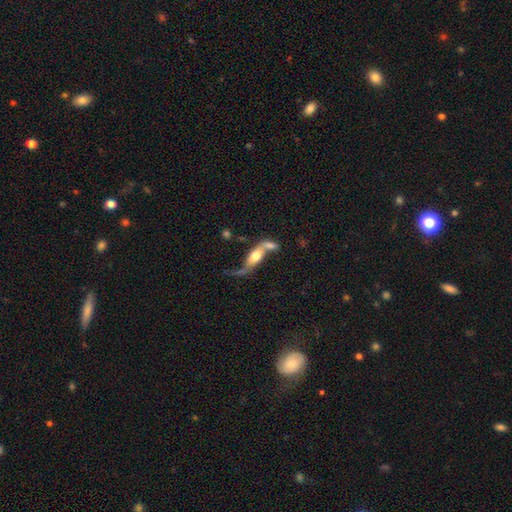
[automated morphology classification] This is possibly a featured or disk galaxy (59%). It is likely not viewed edge-on (72%). Merging: marginally merger (43%).